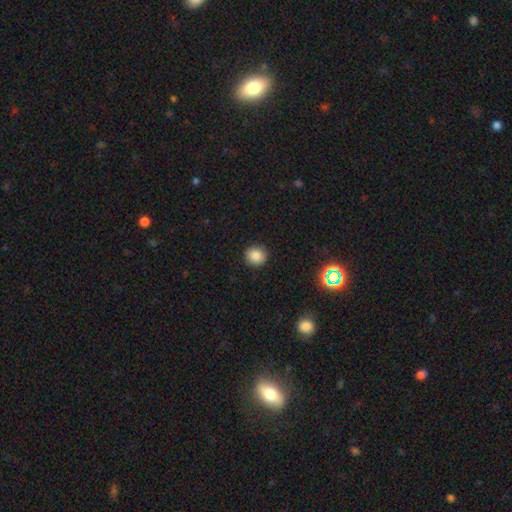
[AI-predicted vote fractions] Smooth or featured: smooth — 83% (star or artifact — 11%)
How rounded: round — 89% (in between — 10%)
Merging: none — 90% (minor disturbance — 7%)